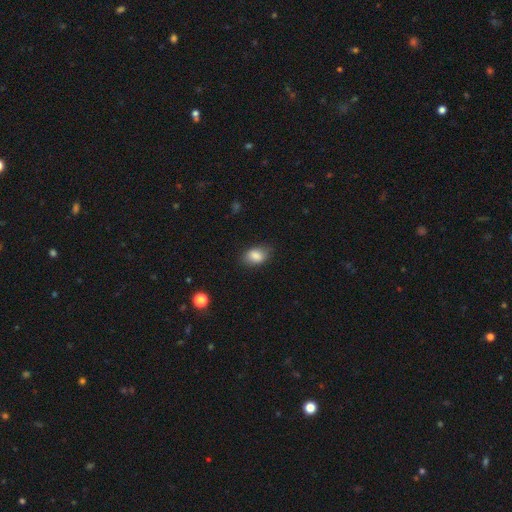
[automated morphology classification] Smooth or featured?
  - smooth: 85% *
  - star or artifact: 8%
  - featured or disk: 7%
How rounded?
  - in between: 83% *
  - round: 16%
  - cigar-shaped: 1%
Merging?
  - none: 79% *
  - minor disturbance: 16%
  - major disturbance: 4%
  - merger: 1%